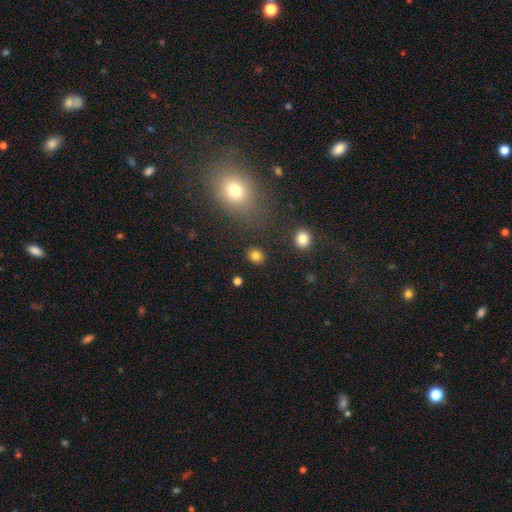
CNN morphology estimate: Smooth or featured? Predicted: smooth (p=0.83). How rounded? Predicted: round (p=0.67). Merging? Predicted: none (p=0.88).